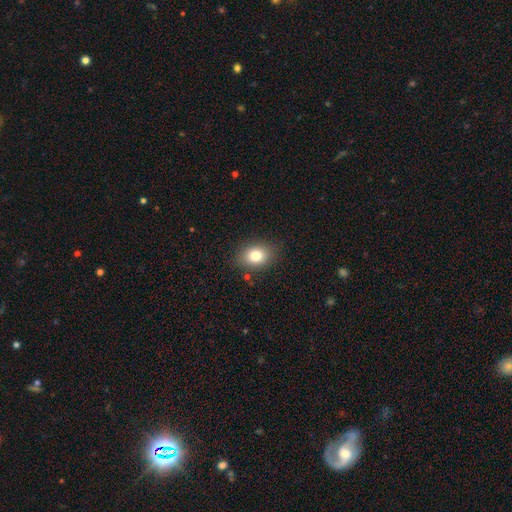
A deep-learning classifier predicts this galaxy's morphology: type=smooth (81%); roundness=in between (63%); merging=none (84%).